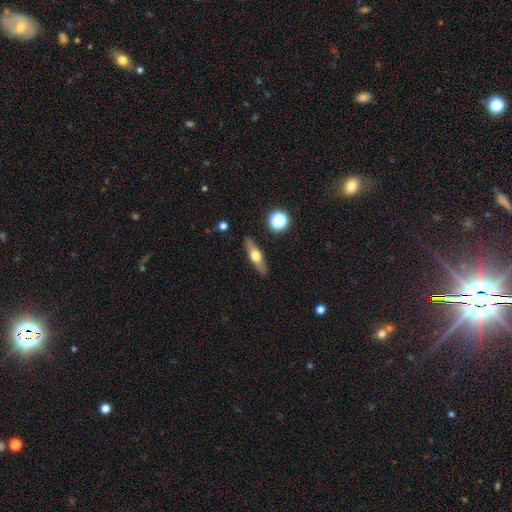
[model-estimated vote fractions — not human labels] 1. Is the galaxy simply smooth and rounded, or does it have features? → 46% smooth (tied), 46% featured or disk (tied), 8% star or artifact.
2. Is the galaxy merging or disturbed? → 87% none, 9% minor disturbance, 2% major disturbance, 2% merger.